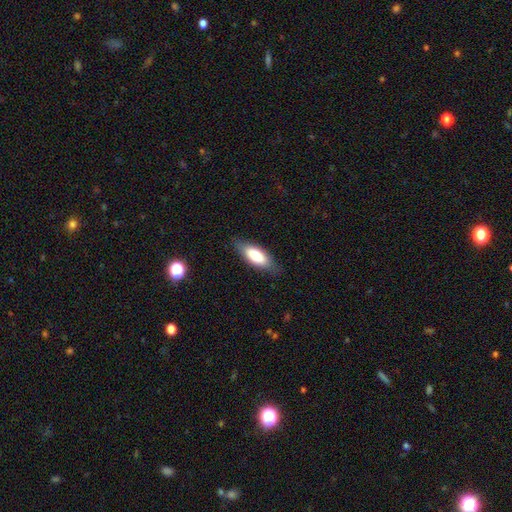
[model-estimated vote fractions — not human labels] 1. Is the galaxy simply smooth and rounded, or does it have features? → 75% smooth, 19% featured or disk, 6% star or artifact.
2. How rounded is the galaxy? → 74% in between, 24% cigar-shaped, 2% round.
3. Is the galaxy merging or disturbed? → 82% none, 14% minor disturbance, 3% major disturbance, 1% merger.